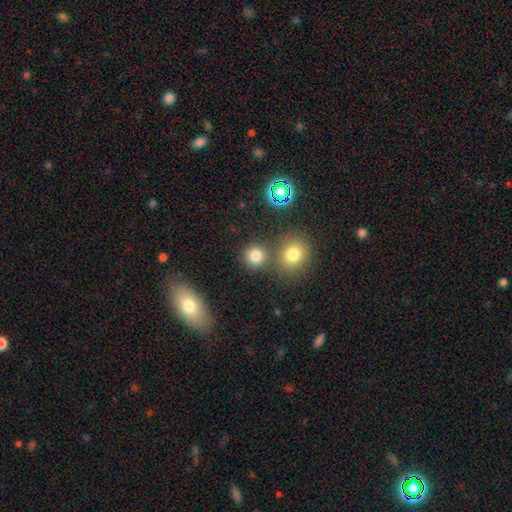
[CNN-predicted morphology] type=smooth (78%); roundness=round (89%); merging=none (74%).